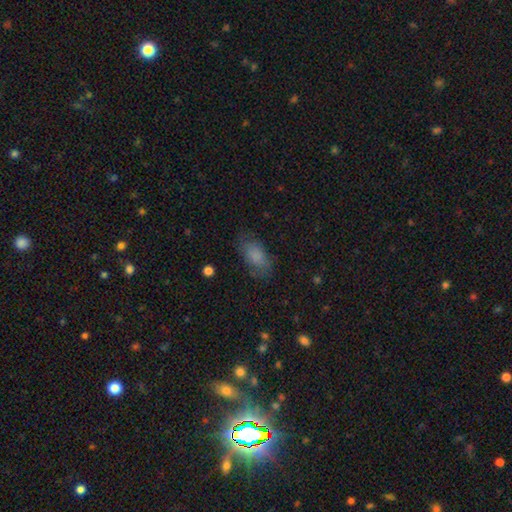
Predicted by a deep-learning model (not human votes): This appears to be a smooth galaxy with no disk features (80%) that is in between round and cigar-shaped (91%). Merging: none (71%).